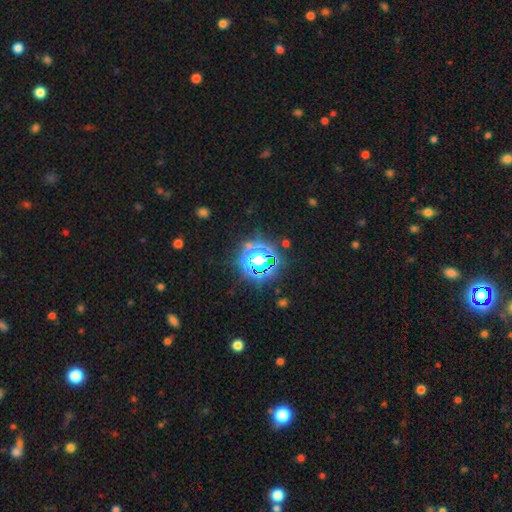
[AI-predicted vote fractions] Smooth or featured? Predicted: star or artifact (p=0.74).